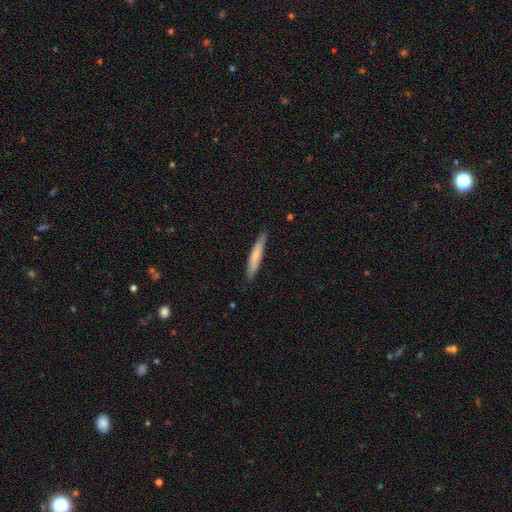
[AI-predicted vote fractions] Smooth or featured: smooth — 70% (featured or disk — 25%)
How rounded: cigar-shaped — 93% (in between — 6%)
Merging: none — 87% (minor disturbance — 11%)